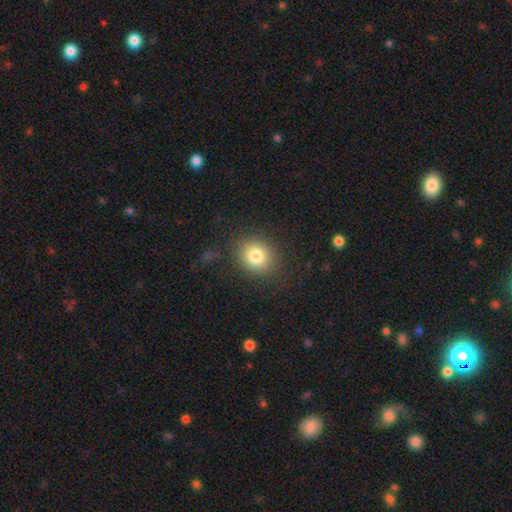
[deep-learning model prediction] Morphology: type=smooth (81%); roundness=round (76%); merging=none (86%).